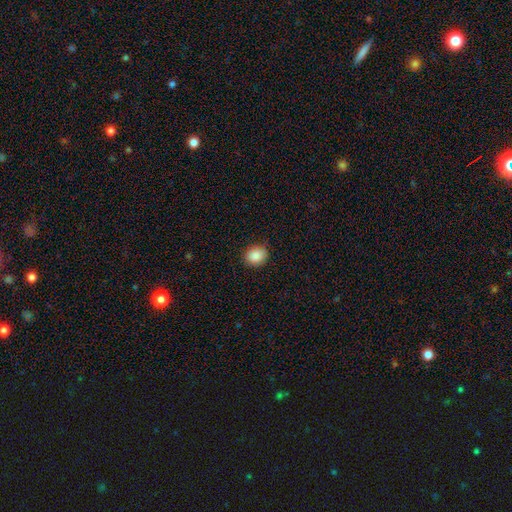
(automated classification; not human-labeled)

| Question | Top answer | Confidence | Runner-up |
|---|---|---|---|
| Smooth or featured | smooth | 88% | star or artifact (8%) |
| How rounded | round | 69% | in between (30%) |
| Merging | none | 86% | minor disturbance (10%) |